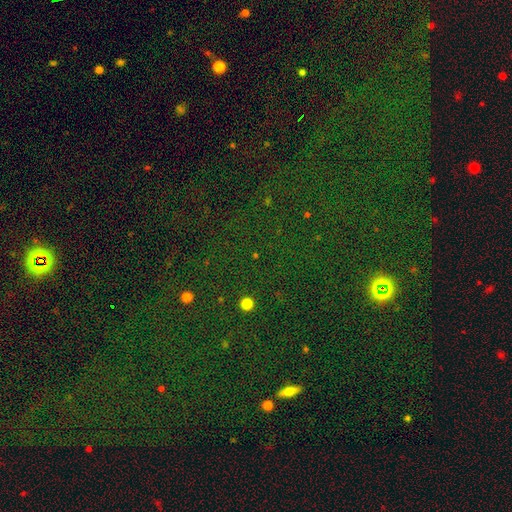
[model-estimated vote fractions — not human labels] Smooth or featured? Predicted: star or artifact (p=0.70).